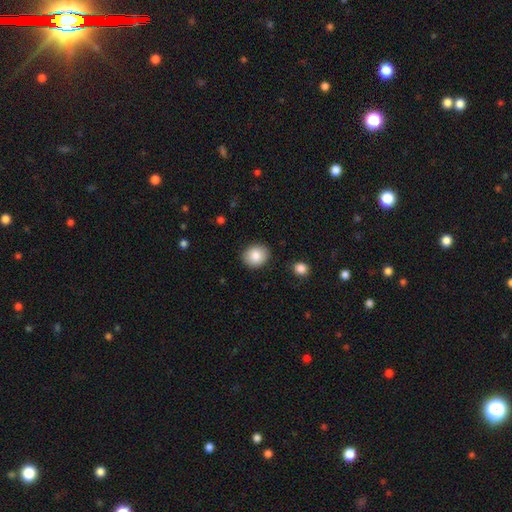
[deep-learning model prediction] Q: Smooth or featured?
A: smooth (86%); runner-up: star or artifact (8%)
Q: How rounded?
A: round (70%); runner-up: in between (29%)
Q: Merging?
A: none (88%); runner-up: minor disturbance (8%)